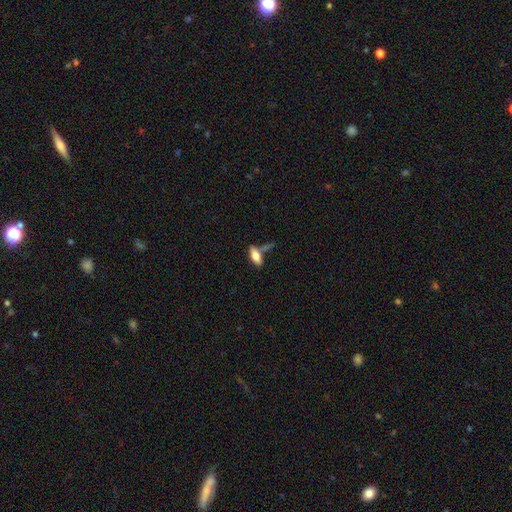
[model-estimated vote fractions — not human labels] Q: Smooth or featured?
A: smooth (72%); runner-up: featured or disk (21%)
Q: How rounded?
A: in between (77%); runner-up: cigar-shaped (20%)
Q: Merging?
A: none (51%); runner-up: merger (22%)